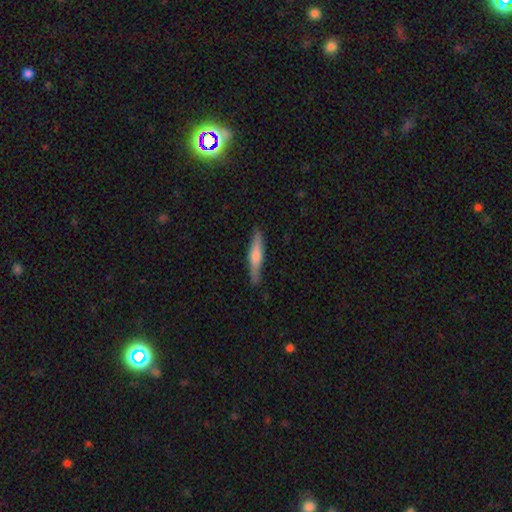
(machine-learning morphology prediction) A featured or disk galaxy (52%) viewed edge-on (95%).

Vote fractions:
- Smooth or featured? featured or disk: 52% / smooth: 42% / star or artifact: 6%
- Edge-on disk? yes: 95% / no: 5%
- Merging? none: 86% / minor disturbance: 11% / major disturbance: 2% / merger: 1%